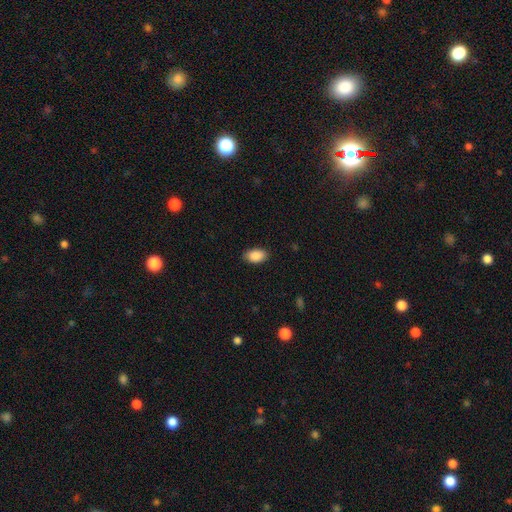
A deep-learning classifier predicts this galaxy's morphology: smooth-or-featured: smooth: 90% | star or artifact: 7% | featured or disk: 3%
  how-rounded: in between: 93% | round: 6% | cigar-shaped: 1%
  merging: none: 86% | minor disturbance: 10% | major disturbance: 2% | merger: 1%